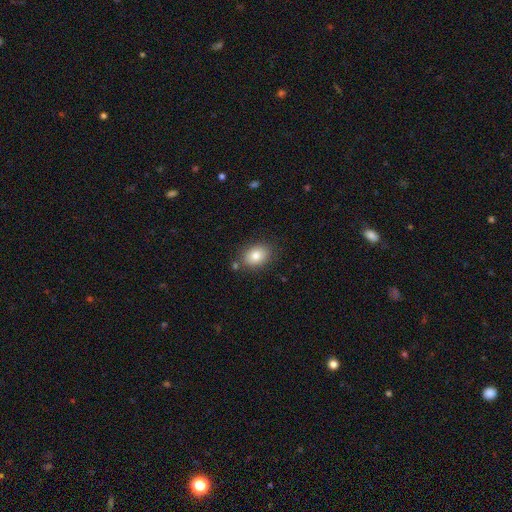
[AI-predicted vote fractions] Smooth or featured? smooth (83%)
How rounded? in between (75%)
Merging? none (81%)